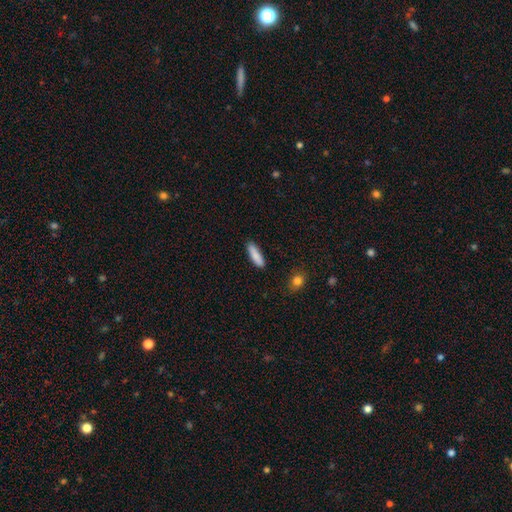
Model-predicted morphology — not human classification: Overall: smooth (86%). How rounded: cigar-shaped (63%; in between 35%). Merging: none (87%).